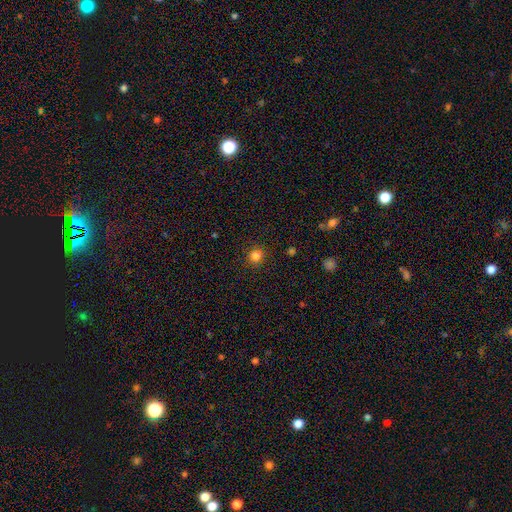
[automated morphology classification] The model was most divided on "smooth or featured": smooth: 83%, star or artifact: 14%, featured or disk: 4%. More confident: how rounded — round (89%); merging — none (89%).